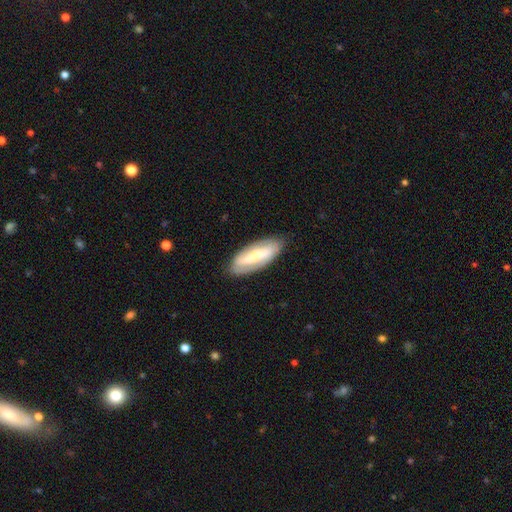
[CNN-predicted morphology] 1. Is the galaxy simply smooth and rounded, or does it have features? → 58% featured or disk, 36% smooth, 6% star or artifact.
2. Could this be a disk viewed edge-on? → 86% no, 14% yes.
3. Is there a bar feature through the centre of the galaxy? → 45% strong, 33% weak, 22% no.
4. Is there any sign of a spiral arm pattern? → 73% yes, 27% no.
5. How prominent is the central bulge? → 45% small, 41% moderate, 8% large, 5% none, 2% dominant.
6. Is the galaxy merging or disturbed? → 82% none, 13% minor disturbance, 3% major disturbance, 1% merger.